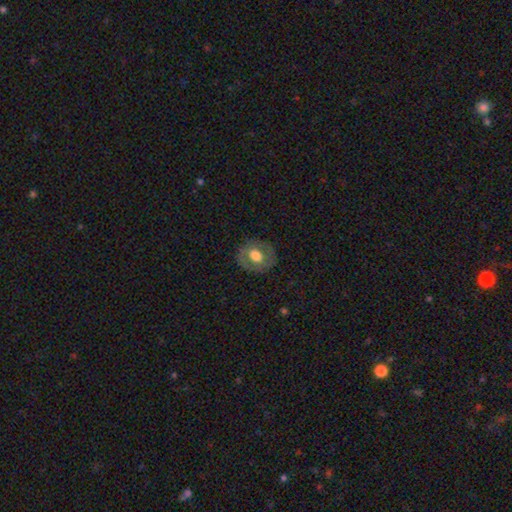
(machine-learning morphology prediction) Smooth or featured? Predicted: smooth (p=0.51). How rounded? Predicted: round (p=0.63). Merging? Predicted: none (p=0.80).